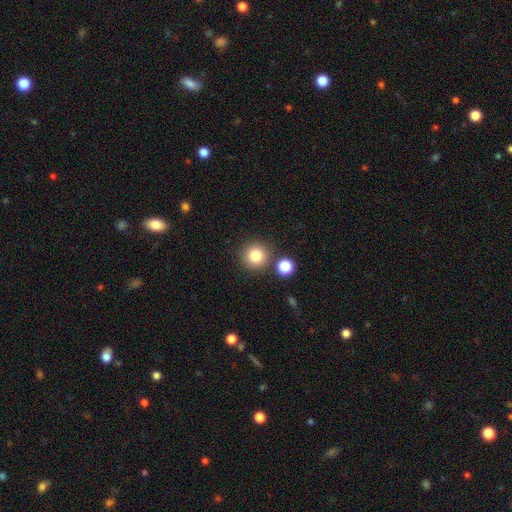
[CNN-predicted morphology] smooth-or-featured: smooth: 82% | star or artifact: 11% | featured or disk: 7%
  how-rounded: round: 94% | in between: 5% | cigar-shaped: 1%
  merging: none: 81% | merger: 8% | minor disturbance: 8% | major disturbance: 3%